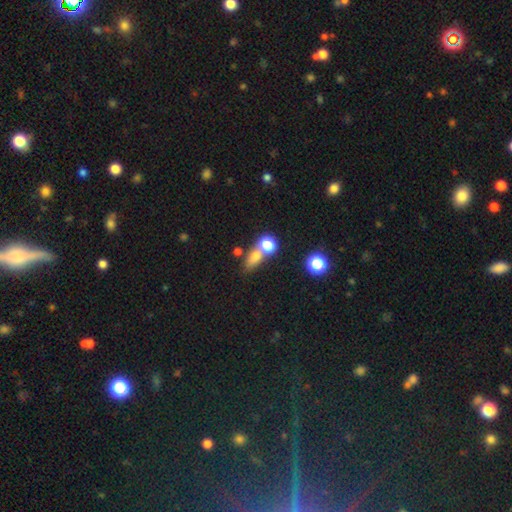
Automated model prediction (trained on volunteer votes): Smooth or featured?
  - smooth: 70% *
  - star or artifact: 16%
  - featured or disk: 14%
How rounded?
  - in between: 48% *
  - round: 42%
  - cigar-shaped: 10%
Merging?
  - none: 42% * (tied)
  - merger: 42% * (tied)
  - minor disturbance: 10%
  - major disturbance: 6%